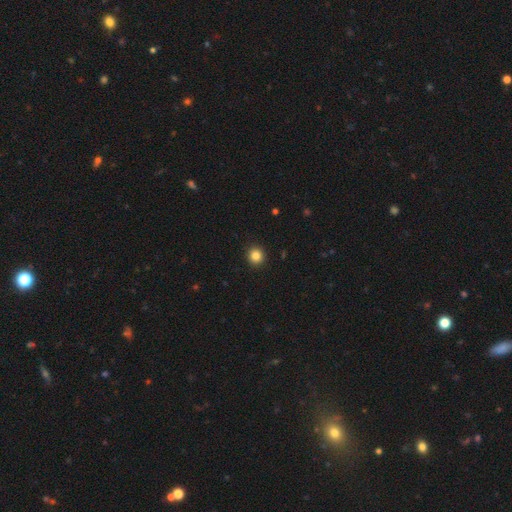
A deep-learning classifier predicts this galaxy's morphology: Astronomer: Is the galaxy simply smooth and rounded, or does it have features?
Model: smooth — 85%.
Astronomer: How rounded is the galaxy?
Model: round — 92%.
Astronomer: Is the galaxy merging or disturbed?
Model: none — 93%.